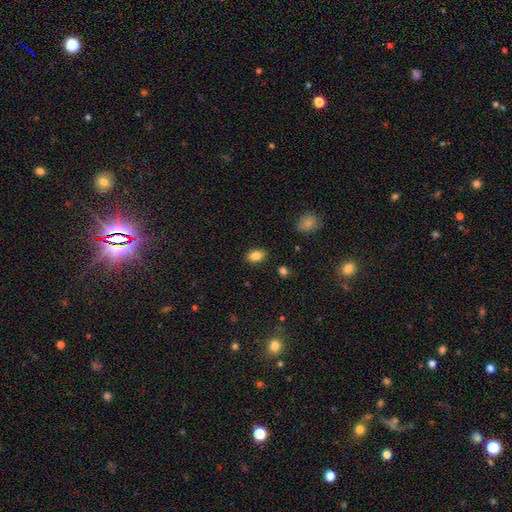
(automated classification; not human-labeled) Q: Smooth or featured?
A: smooth (85%); runner-up: star or artifact (9%)
Q: How rounded?
A: in between (82%); runner-up: round (17%)
Q: Merging?
A: none (87%); runner-up: minor disturbance (9%)